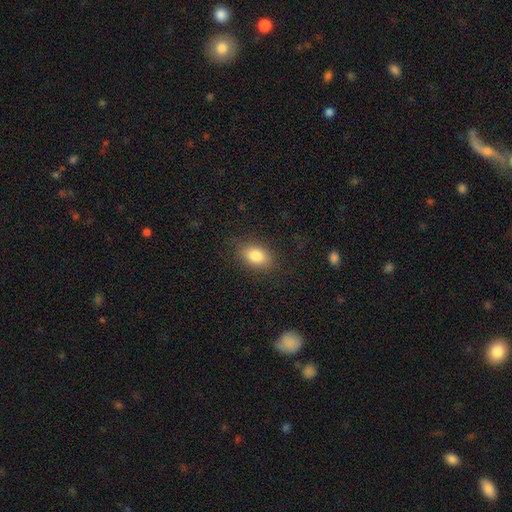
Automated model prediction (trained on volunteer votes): This is clearly a smooth galaxy (84%). How rounded: clearly in between (86%). Merging: clearly none (84%).